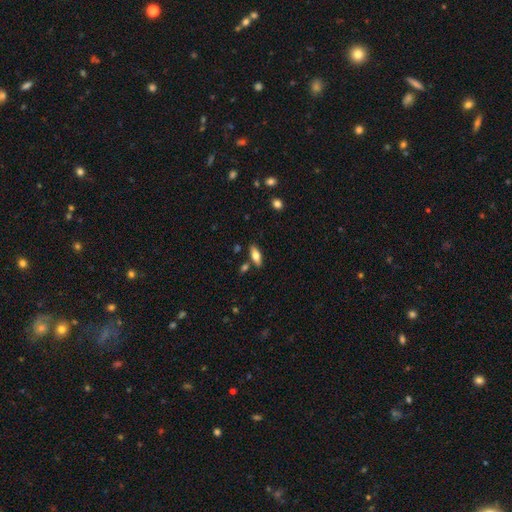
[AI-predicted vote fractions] Smooth or featured: smooth — 66% (featured or disk — 27%)
How rounded: in between — 72% (cigar-shaped — 26%)
Merging: none — 80% (minor disturbance — 11%)